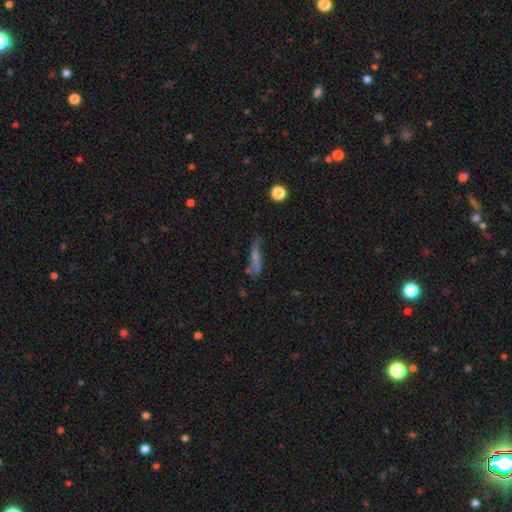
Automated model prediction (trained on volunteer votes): A featured or disk galaxy (45%).

Vote fractions:
- Smooth or featured? featured or disk: 45% / smooth: 41% / star or artifact: 14%
- Merging? none: 56% / minor disturbance: 25% / major disturbance: 13% / merger: 5%